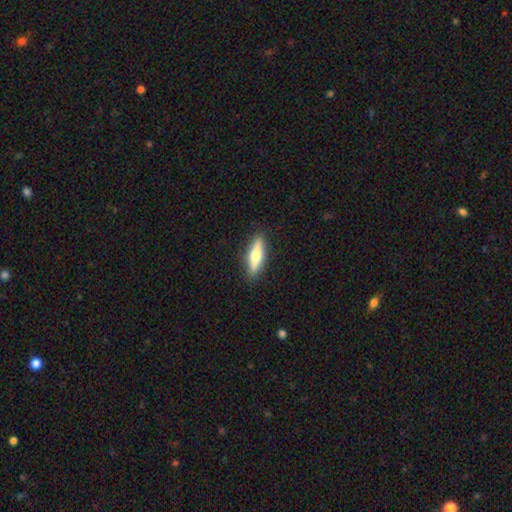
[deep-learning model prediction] Overall: smooth (56%; featured or disk 38%). How rounded: cigar-shaped (68%; in between 30%). Merging: none (89%).